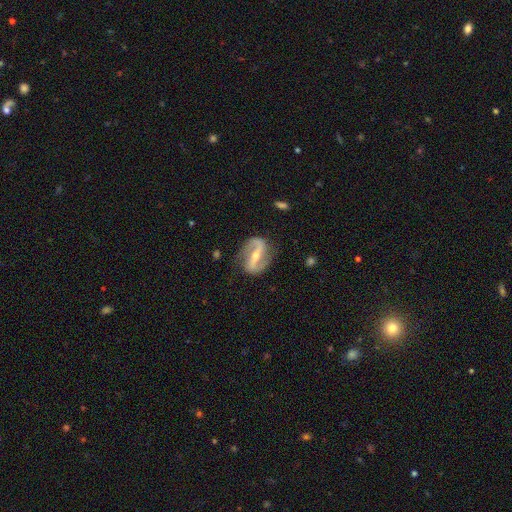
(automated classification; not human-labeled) smooth-or-featured: featured or disk: 90% | smooth: 6% | star or artifact: 4%
  disk-edge-on: no: 96% | yes: 4%
    bar: strong: 64% | weak: 23% | no: 13%
    has-spiral-arms: yes: 95% | no: 5%
      spiral-winding: loose: 44% | medium: 41% | tight: 15%
      spiral-arm-count: 2: 93% | 1: 2% | can't tell: 2% | 3: 1% | 4: 1% | more than 4: 1%
    bulge-size: small: 49% | moderate: 47% | large: 2% | none: 1% | dominant: 1%
  merging: none: 82% | minor disturbance: 12% | major disturbance: 4% | merger: 1%